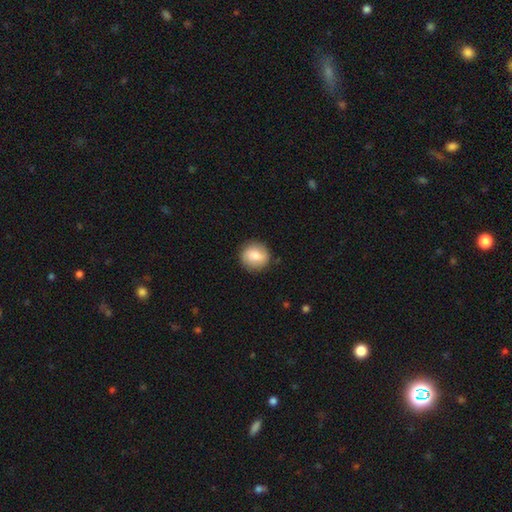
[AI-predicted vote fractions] A smooth galaxy with no disk features (79%) that is round (91%).

Vote fractions:
- Smooth or featured? smooth: 79% / featured or disk: 14% / star or artifact: 7%
- How rounded? round: 91% / in between: 8% / cigar-shaped: 1%
- Merging? none: 89% / minor disturbance: 8% / major disturbance: 2% / merger: 1%